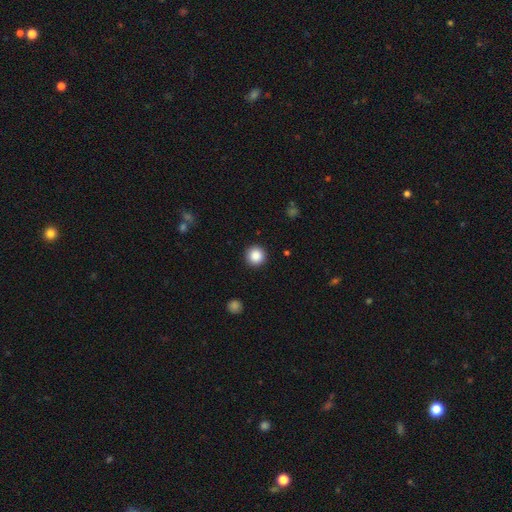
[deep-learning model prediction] smooth_or_featured: smooth (p=0.87) [alt: star or artifact p=0.10]
how_rounded: round (p=0.96) [alt: in between p=0.03]
merging: none (p=0.92) [alt: minor disturbance p=0.05]